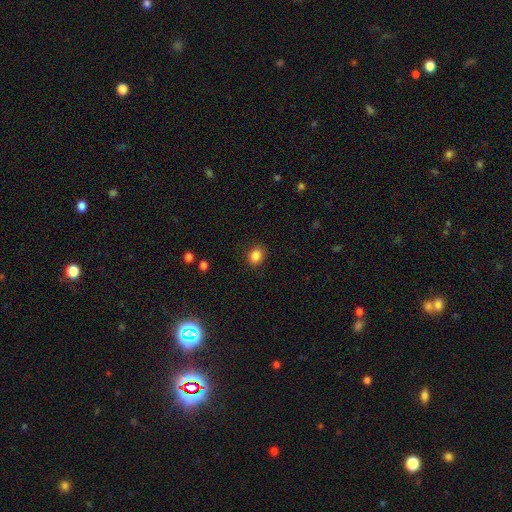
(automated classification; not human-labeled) Smooth or featured?
  - smooth: 86% *
  - star or artifact: 10%
  - featured or disk: 4%
How rounded?
  - in between: 52% *
  - round: 47%
  - cigar-shaped: 1%
Merging?
  - none: 88% *
  - minor disturbance: 8%
  - major disturbance: 3%
  - merger: 1%